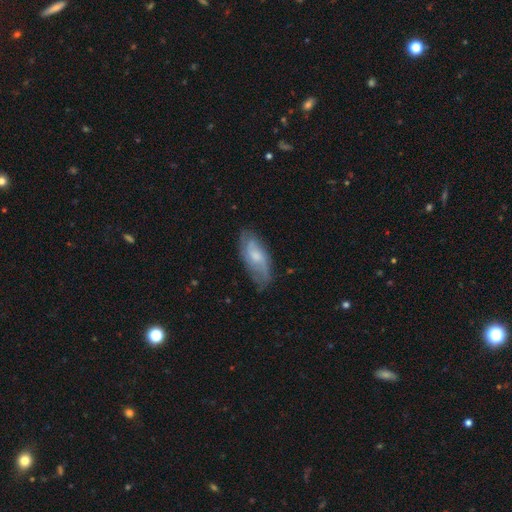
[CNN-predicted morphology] type=featured or disk (57%); edge-on=no (89%); bar=no (58%); spiral arms=yes (84%); bulge=moderate (48%); merging=none (70%).